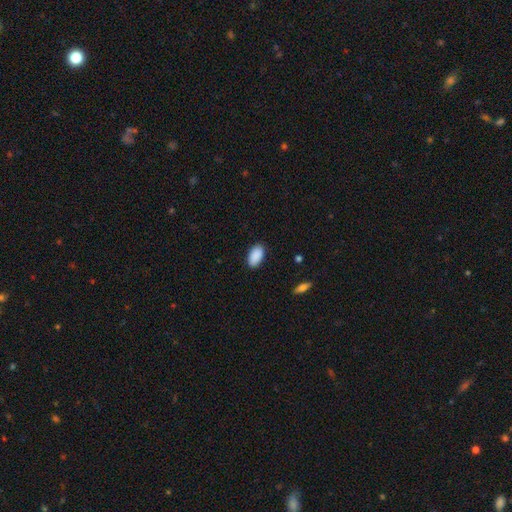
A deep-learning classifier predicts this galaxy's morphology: smooth_or_featured: smooth (p=0.91) [alt: star or artifact p=0.06]
how_rounded: in between (p=0.95) [alt: round p=0.03]
merging: none (p=0.87) [alt: minor disturbance p=0.09]